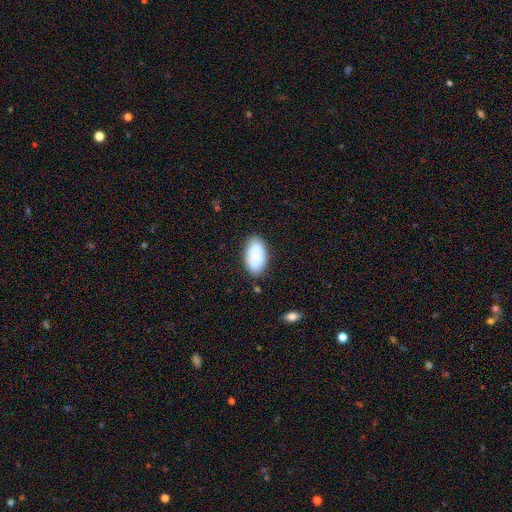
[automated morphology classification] Smooth or featured? Predicted: smooth (p=0.74). How rounded? Predicted: in between (p=0.94). Merging? Predicted: none (p=0.75).